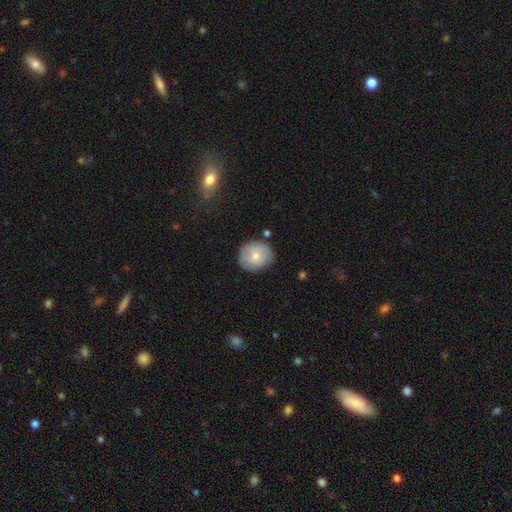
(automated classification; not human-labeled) Smooth or featured: smooth — 66% (featured or disk — 27%)
How rounded: round — 78% (in between — 21%)
Merging: none — 79% (minor disturbance — 15%)